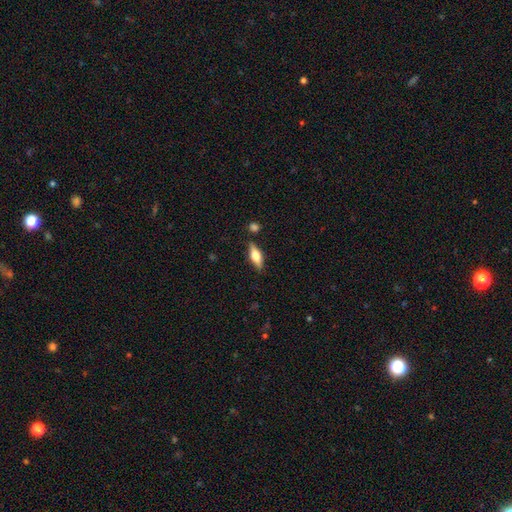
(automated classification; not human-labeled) Morphology: type=smooth (51%); roundness=in between (62%); merging=none (83%).